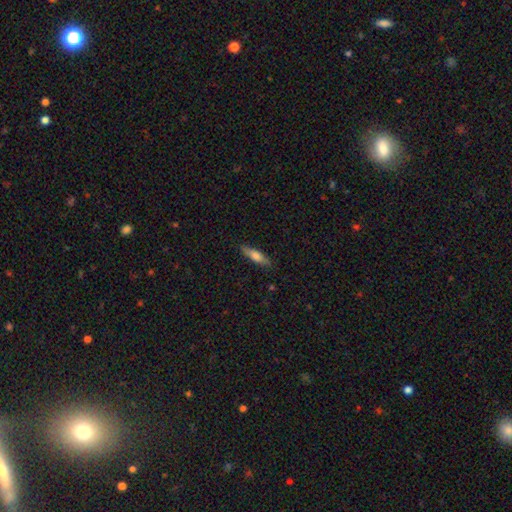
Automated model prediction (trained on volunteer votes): A smooth galaxy with no disk features (63%) that is cigar-shaped (70%). Merging: none (86%).